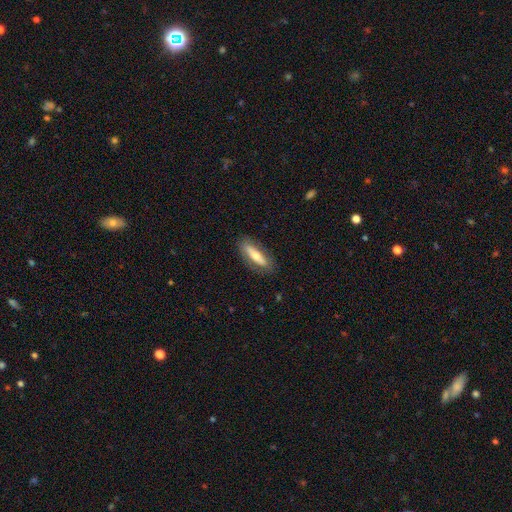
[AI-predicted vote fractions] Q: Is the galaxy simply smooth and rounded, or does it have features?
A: smooth — 58%.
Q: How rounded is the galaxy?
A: cigar-shaped — 60%.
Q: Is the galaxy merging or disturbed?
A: none — 83%.